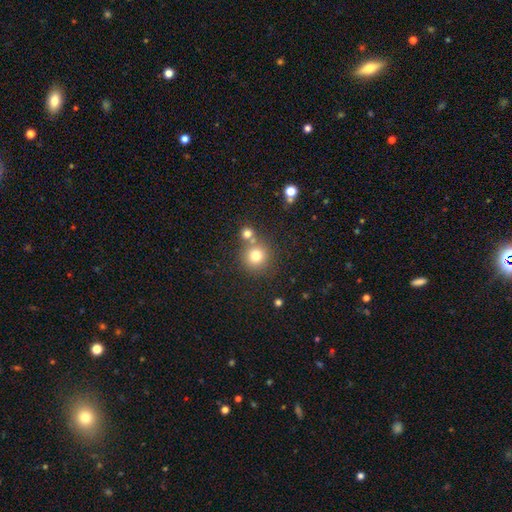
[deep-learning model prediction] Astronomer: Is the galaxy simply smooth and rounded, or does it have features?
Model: smooth — 77%.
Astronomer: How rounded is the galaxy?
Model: round — 91%.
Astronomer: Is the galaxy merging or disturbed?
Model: none — 66%.